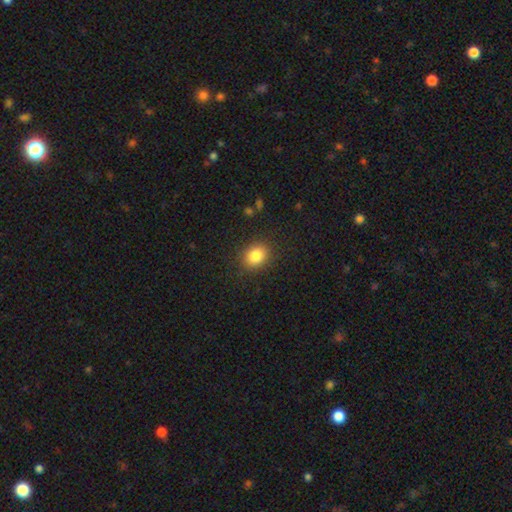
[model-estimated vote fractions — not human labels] Overall: smooth (84%). How rounded: round (56%; in between 43%). Merging: none (87%).